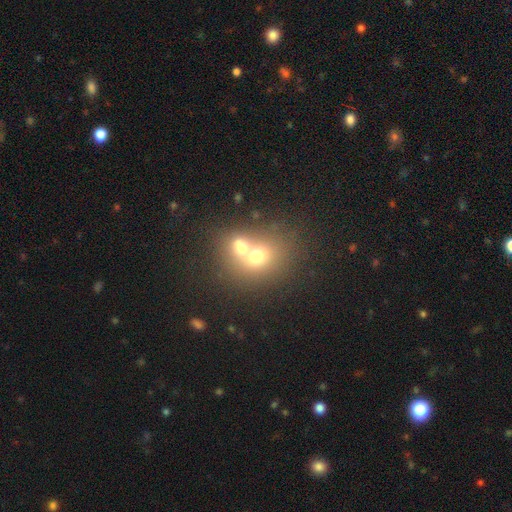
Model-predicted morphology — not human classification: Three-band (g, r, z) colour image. It shows a smooth galaxy with no disk features (62%) that is round (61%). Merging: merger (67%).